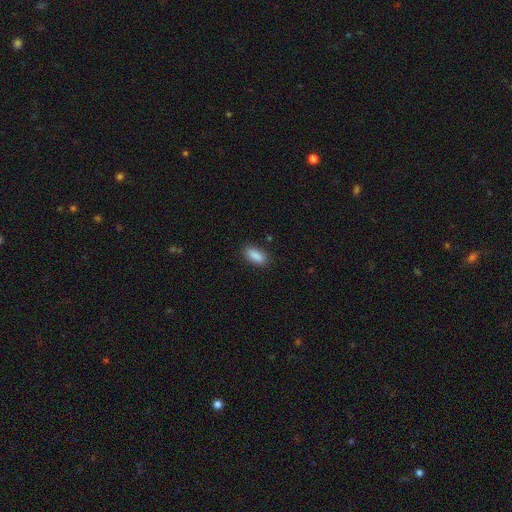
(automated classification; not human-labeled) A smooth galaxy with no disk features (89%) that is in between round and cigar-shaped (84%). Merging: none (86%).